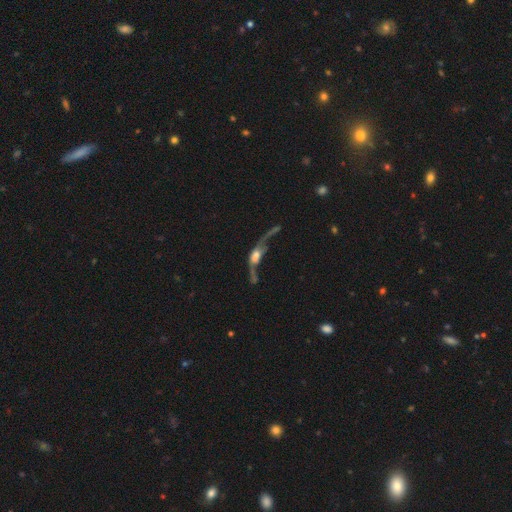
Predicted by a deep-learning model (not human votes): Morphology: type=featured or disk (61%); edge-on=no (67%); merging=major disturbance (42%).